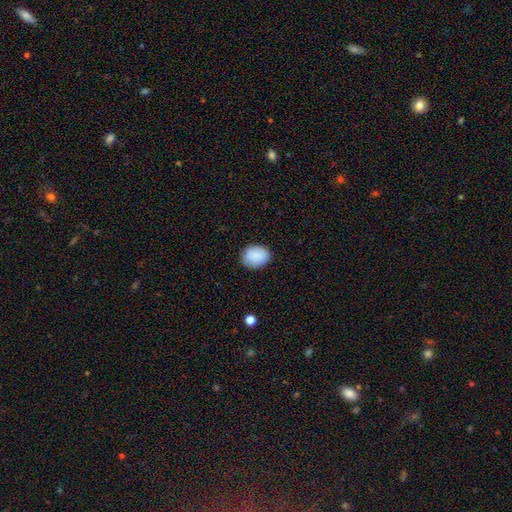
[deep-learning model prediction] A smooth galaxy with no disk features (90%) that is in between round and cigar-shaped (62%). Merging: none (87%).